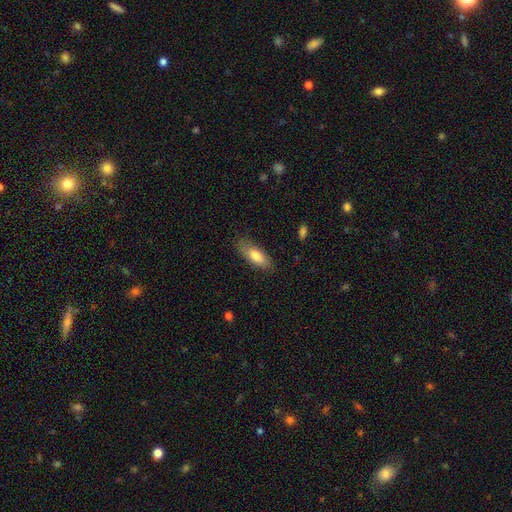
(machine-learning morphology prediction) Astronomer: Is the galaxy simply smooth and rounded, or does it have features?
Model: smooth — 76%.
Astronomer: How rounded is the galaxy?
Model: in between — 73%.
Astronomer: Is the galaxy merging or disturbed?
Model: none — 79%.